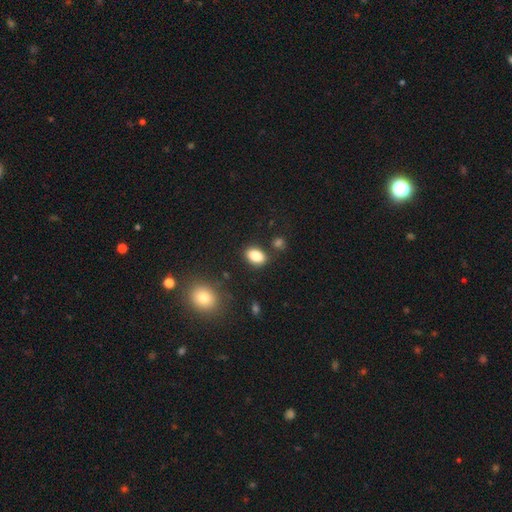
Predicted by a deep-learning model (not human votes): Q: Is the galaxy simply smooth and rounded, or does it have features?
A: smooth — 86%.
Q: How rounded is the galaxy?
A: in between — 81%.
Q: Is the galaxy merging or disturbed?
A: none — 83%.